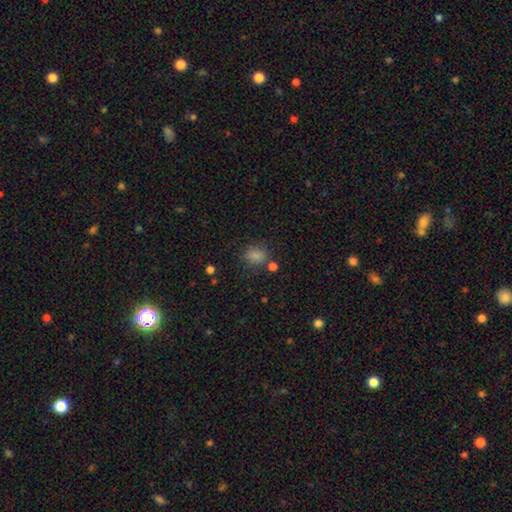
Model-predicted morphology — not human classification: This appears to be a smooth galaxy with no disk features (81%) that is round (54%). Merging: none (70%).